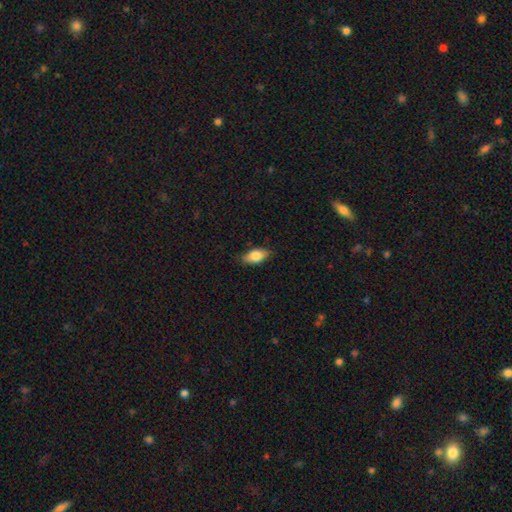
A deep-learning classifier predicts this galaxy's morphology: Smooth or featured?
  - smooth: 80% *
  - featured or disk: 13%
  - star or artifact: 7%
How rounded?
  - in between: 89% *
  - cigar-shaped: 6%
  - round: 5%
Merging?
  - none: 82% *
  - minor disturbance: 15%
  - major disturbance: 3%
  - merger: 1%